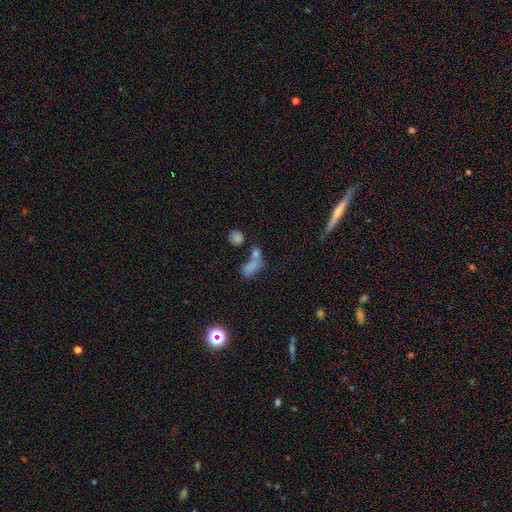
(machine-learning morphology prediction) smooth 57%, star or artifact 25%, featured or disk 18%. Down the decision tree: how rounded — in between (54%); merging — merger (40%, tied with none).